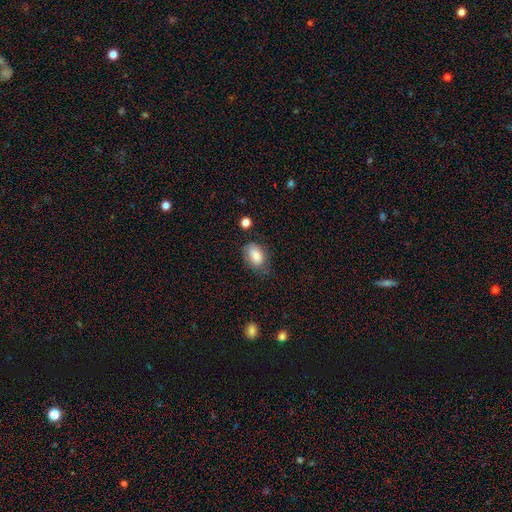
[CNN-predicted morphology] Smooth or featured: smooth — 85% (star or artifact — 8%)
How rounded: in between — 86% (round — 13%)
Merging: none — 66% (minor disturbance — 24%)